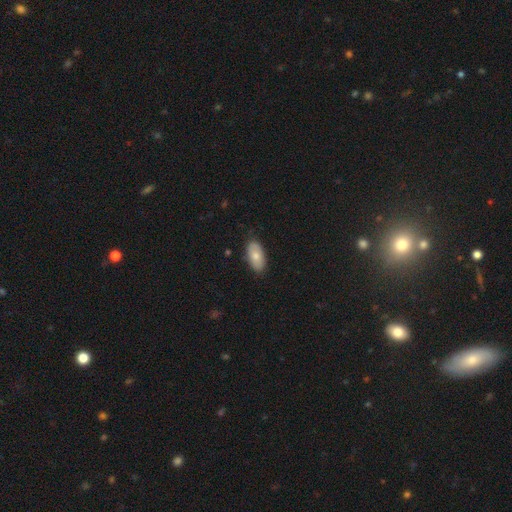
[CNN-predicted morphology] A smooth galaxy with no disk features (76%) that is in between round and cigar-shaped (93%). Merging: none (84%).